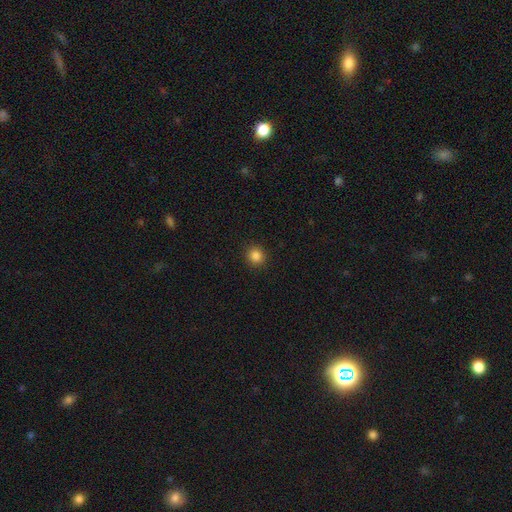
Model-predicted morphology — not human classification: A smooth galaxy with no disk features (84%) that is round (90%).

Vote fractions:
- Smooth or featured? smooth: 84% / star or artifact: 12% / featured or disk: 4%
- How rounded? round: 90% / in between: 9% / cigar-shaped: 1%
- Merging? none: 92% / minor disturbance: 5% / major disturbance: 2% / merger: 1%